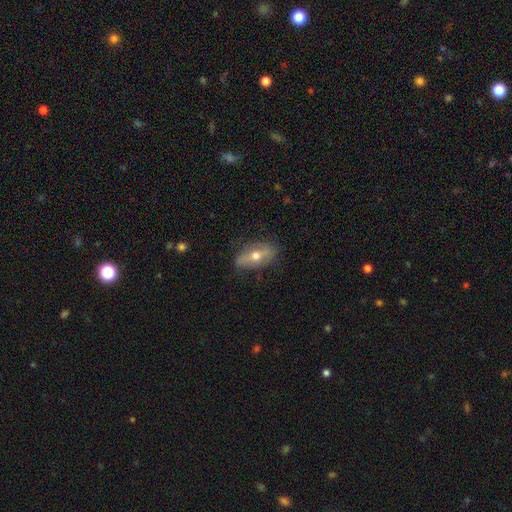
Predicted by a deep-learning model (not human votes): Smooth or featured? featured or disk (50%)
Edge-on disk? no (67%)
Merging? none (76%)